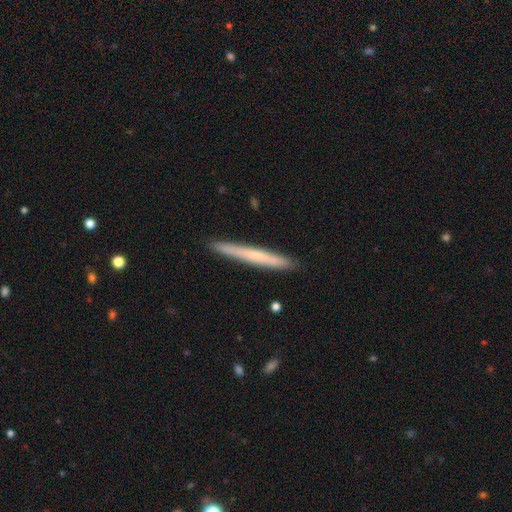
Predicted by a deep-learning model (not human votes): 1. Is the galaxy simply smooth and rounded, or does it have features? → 53% smooth, 41% featured or disk, 6% star or artifact.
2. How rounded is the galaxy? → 97% cigar-shaped, 2% in between, 1% round.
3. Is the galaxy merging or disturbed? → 91% none, 7% minor disturbance, 1% major disturbance, 1% merger.